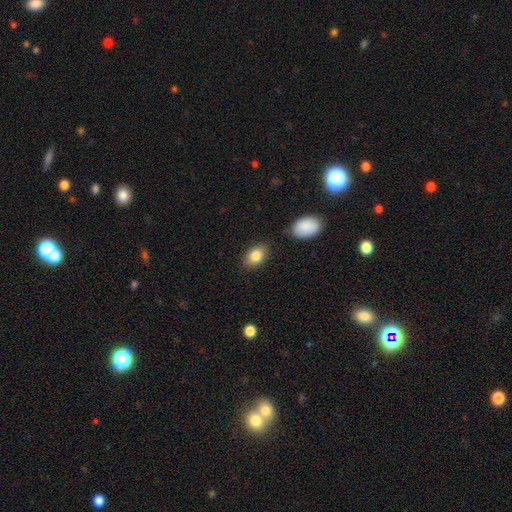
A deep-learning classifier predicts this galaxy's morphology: Smooth or featured?
  - smooth: 83% *
  - featured or disk: 9%
  - star or artifact: 8%
How rounded?
  - in between: 83% *
  - round: 16%
  - cigar-shaped: 2%
Merging?
  - none: 79% *
  - minor disturbance: 14%
  - merger: 5%
  - major disturbance: 3%